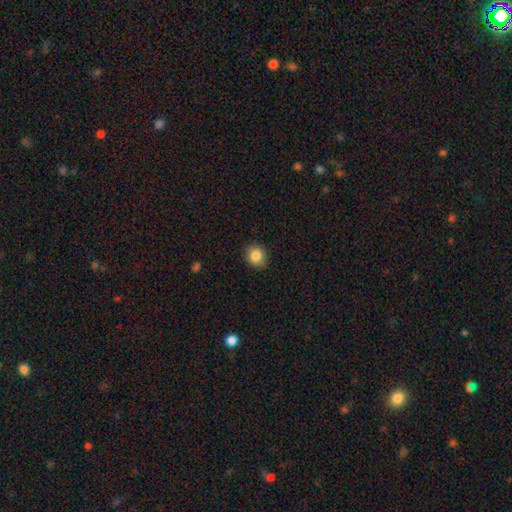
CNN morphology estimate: This appears to be a smooth galaxy with no disk features (85%) that is round (76%). Merging: none (88%).